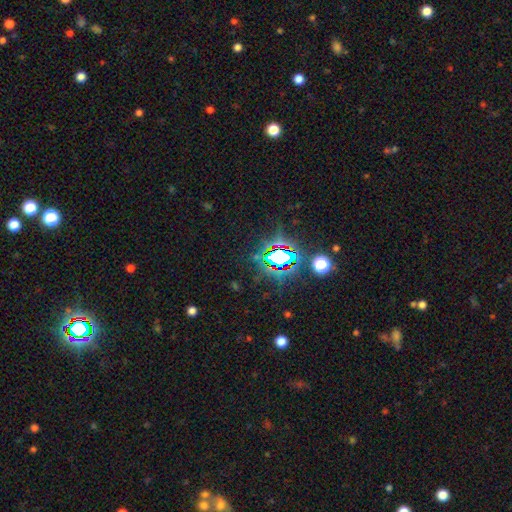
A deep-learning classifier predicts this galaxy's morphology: smooth_or_featured: star or artifact (p=0.81) [alt: smooth p=0.11]